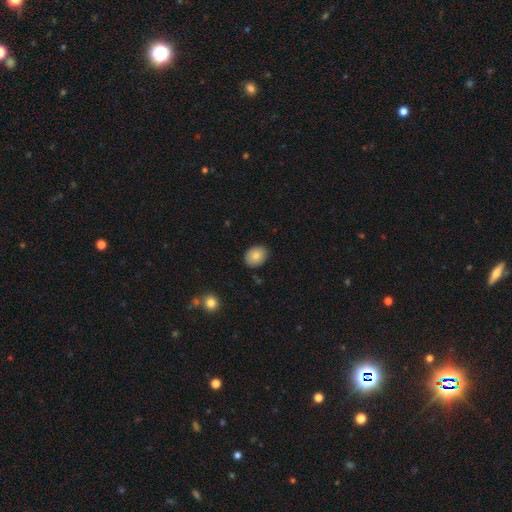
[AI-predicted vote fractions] Morphology: type=smooth (84%); roundness=in between (59%); merging=none (85%).